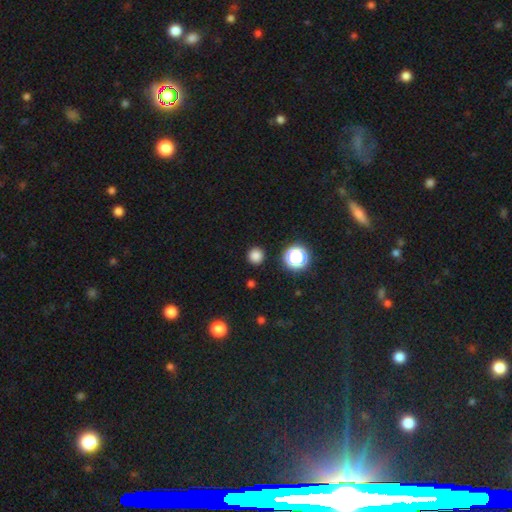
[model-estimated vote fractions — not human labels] A smooth galaxy with no disk features (81%) that is round (95%). Merging: none (91%).